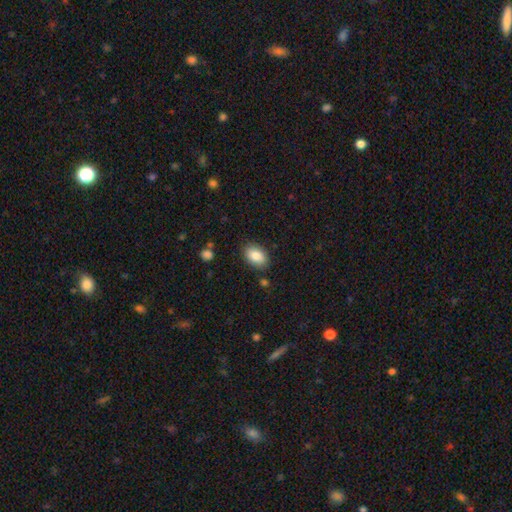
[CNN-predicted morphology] type=smooth (85%); roundness=in between (89%); merging=none (85%).